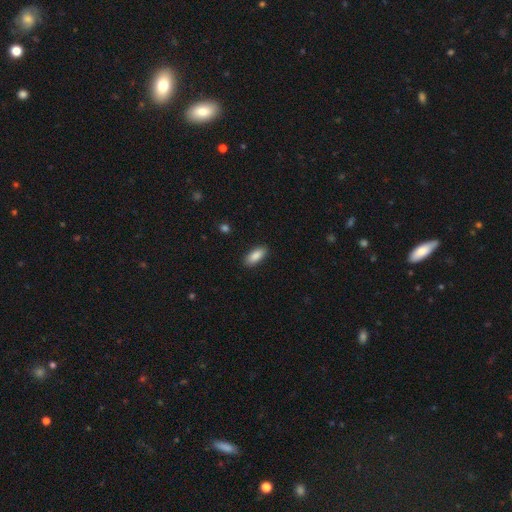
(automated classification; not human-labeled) smooth_or_featured: smooth (p=0.88) [alt: star or artifact p=0.06]
how_rounded: in between (p=0.84) [alt: cigar-shaped p=0.14]
merging: none (p=0.89) [alt: minor disturbance p=0.08]